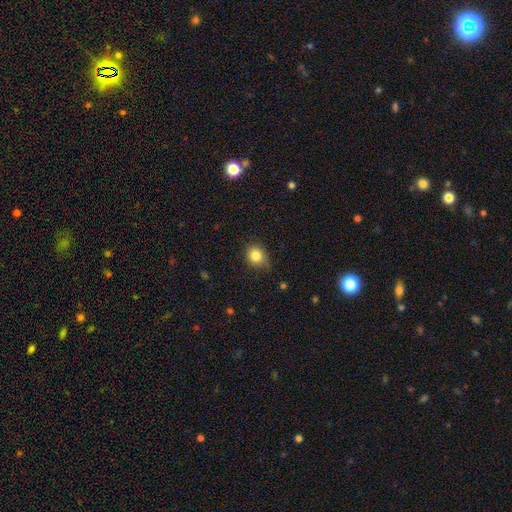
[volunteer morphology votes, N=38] type=smooth (87%); roundness=round (67%); merging=none (69%).